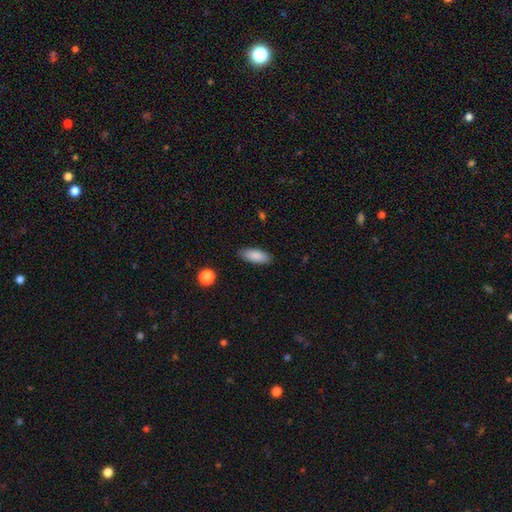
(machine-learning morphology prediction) Smooth or featured? Predicted: smooth (p=0.87). How rounded? Predicted: in between (p=0.76). Merging? Predicted: none (p=0.87).